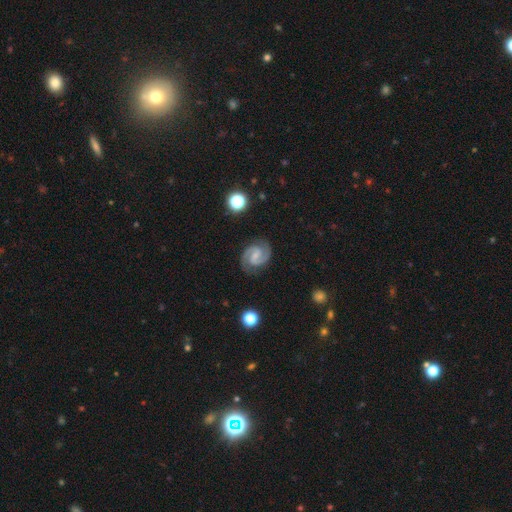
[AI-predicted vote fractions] Smooth or featured? Predicted: featured or disk (p=0.91). Edge-on disk? Predicted: no (p=0.98). Bar? Predicted: weak (p=0.53). Spiral arms? Predicted: yes (p=0.98). Spiral winding? Predicted: medium (p=0.58). Spiral arm count? Predicted: 2 (p=0.94). Bulge size? Predicted: small (p=0.45). Merging? Predicted: none (p=0.85).